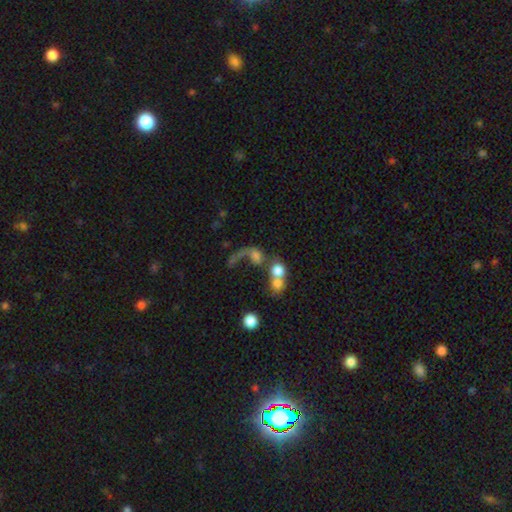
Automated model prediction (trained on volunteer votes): smooth 49%, featured or disk 38%, star or artifact 13%. Down the decision tree: merging — merger (56%).